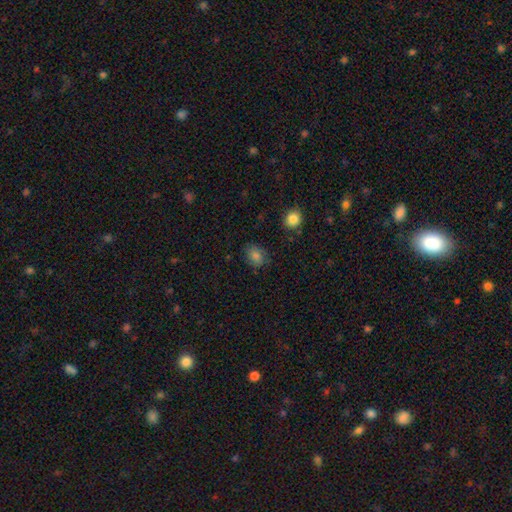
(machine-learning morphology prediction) A smooth galaxy with no disk features (80%) that is in between round and cigar-shaped (57%). Merging: none (78%).